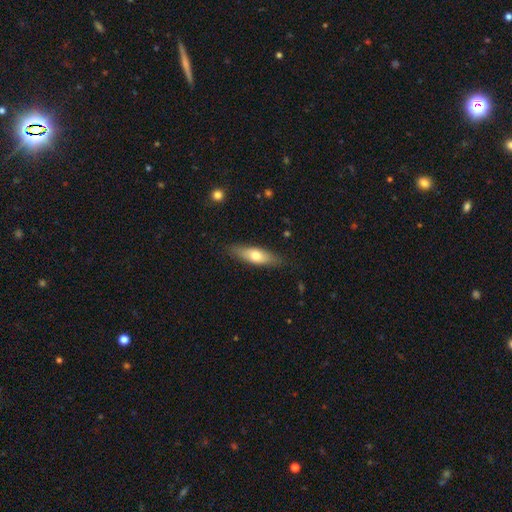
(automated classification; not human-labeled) The model was most divided on "how rounded": in between: 52%, cigar-shaped: 45%, round: 3%. More confident: merging — none (84%); smooth or featured — smooth (64%).